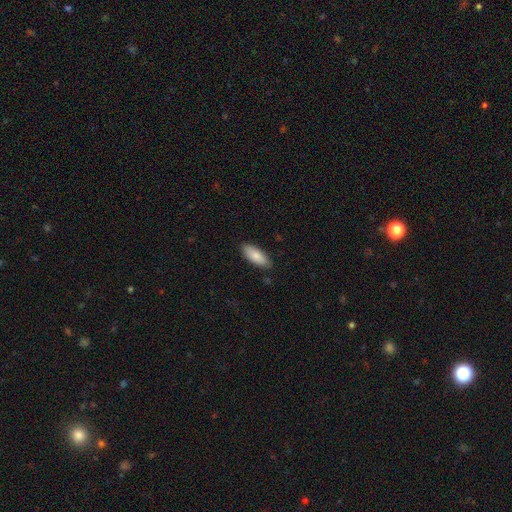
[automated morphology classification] Overall: smooth (83%). How rounded: in between (80%). Merging: none (85%).